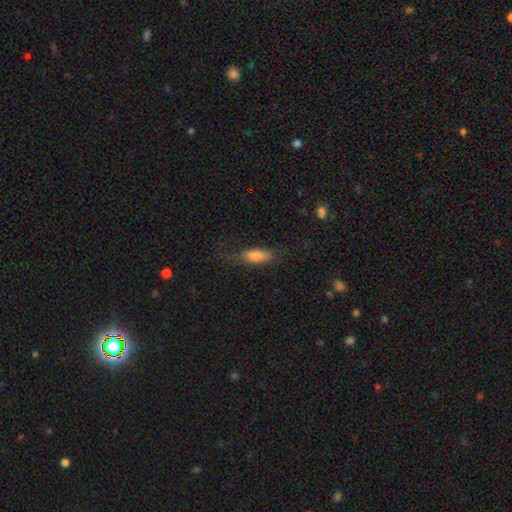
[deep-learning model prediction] This appears to be a smooth galaxy with no disk features (76%) that is in between round and cigar-shaped (61%). Merging: none (62%).